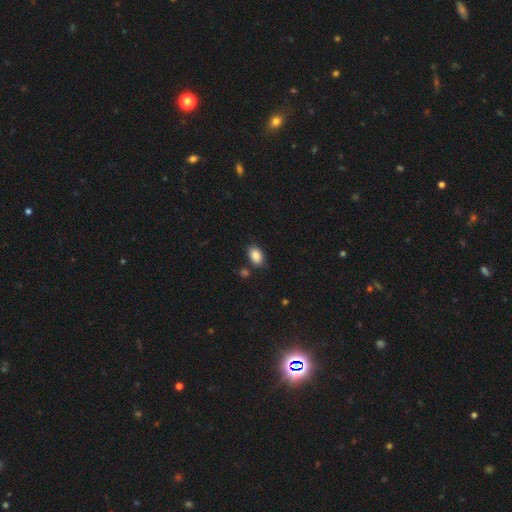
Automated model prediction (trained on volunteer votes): Q: Smooth or featured?
A: smooth (87%); runner-up: star or artifact (8%)
Q: How rounded?
A: in between (86%); runner-up: round (13%)
Q: Merging?
A: none (78%); runner-up: minor disturbance (14%)